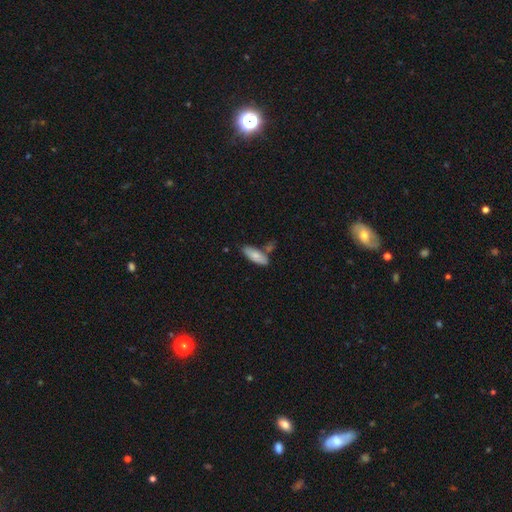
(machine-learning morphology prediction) A smooth galaxy with no disk features (81%) that is in between round and cigar-shaped (69%).

Vote fractions:
- Smooth or featured? smooth: 81% / featured or disk: 13% / star or artifact: 6%
- How rounded? in between: 69% / cigar-shaped: 29% / round: 2%
- Merging? none: 70% / minor disturbance: 15% / merger: 12% / major disturbance: 3%